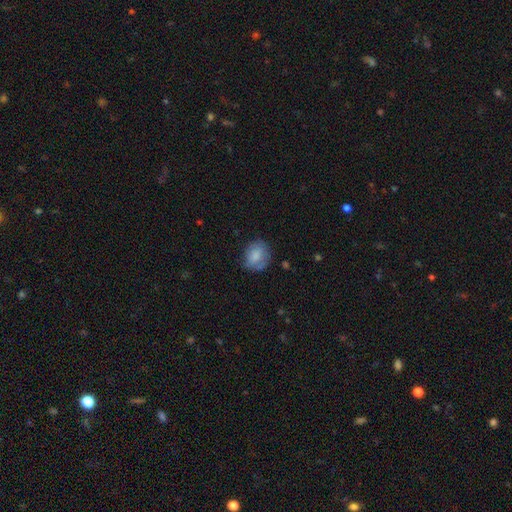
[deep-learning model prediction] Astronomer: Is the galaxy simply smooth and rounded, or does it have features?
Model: smooth — 77%.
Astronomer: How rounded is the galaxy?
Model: round — 63%.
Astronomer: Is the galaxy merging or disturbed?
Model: none — 66%.